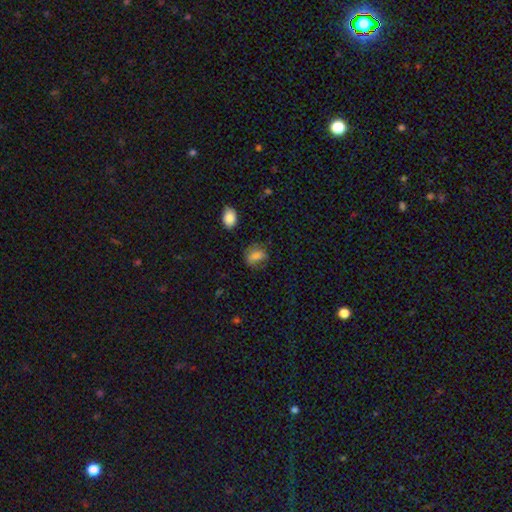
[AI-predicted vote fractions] smooth_or_featured: smooth (p=0.77) [alt: star or artifact p=0.12]
how_rounded: in between (p=0.68) [alt: round p=0.30]
merging: none (p=0.60) [alt: minor disturbance p=0.25]